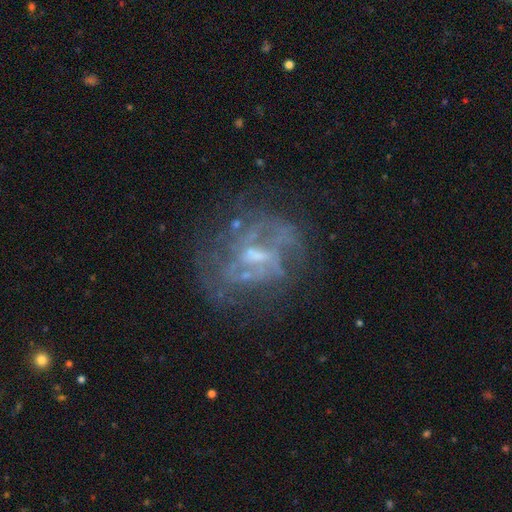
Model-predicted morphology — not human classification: This is likely a featured or disk galaxy (77%). It is clearly not viewed edge-on (97%). Bar: possibly weak (48%). Spiral arm pattern: likely yes (64%). Central bulge: marginally small (44%). Merging: likely none (60%).